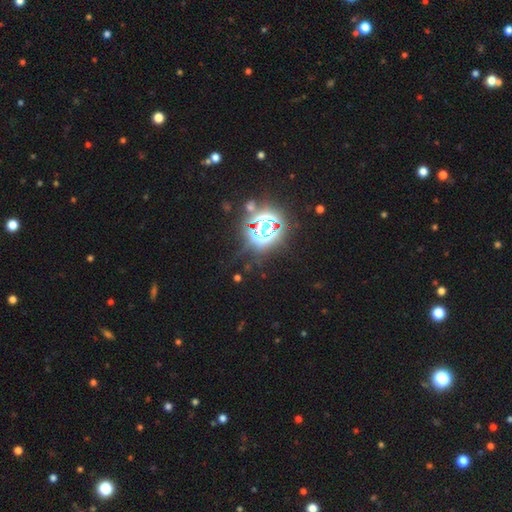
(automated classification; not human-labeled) Smooth or featured? star or artifact (84%)